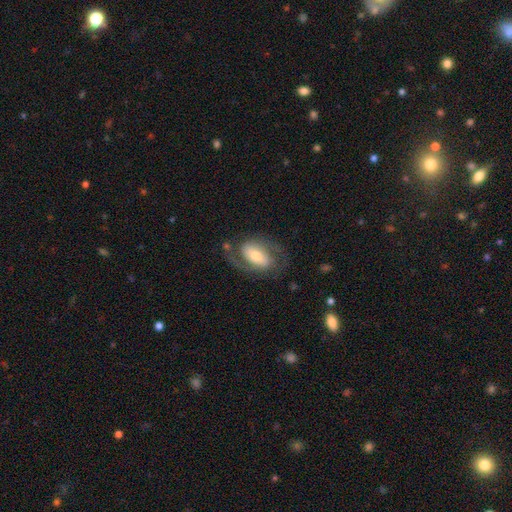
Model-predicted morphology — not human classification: This is likely a featured or disk galaxy (73%). It is clearly not viewed edge-on (95%). Bar: marginally strong (35%). Spiral arm pattern: clearly yes (87%). Spiral arm count: clearly 2 (85%). Spiral winding: possibly medium (49%). Central bulge: possibly moderate (53%). Merging: likely none (67%).